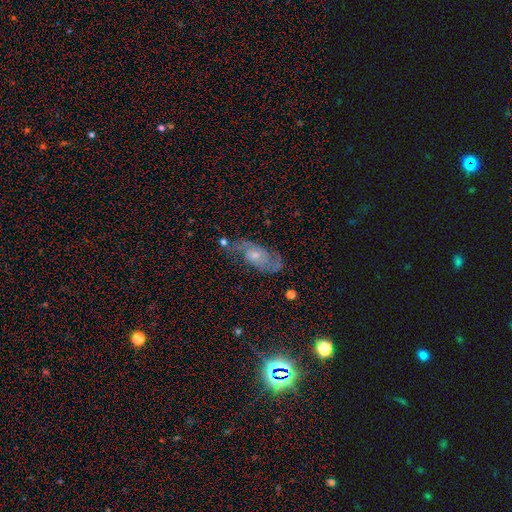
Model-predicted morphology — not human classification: A featured or disk galaxy (68%) with no bar (71%), 2 (74%) medium (44%) spiral arms (86%) and a small central bulge (49%). Merging: none (59%).